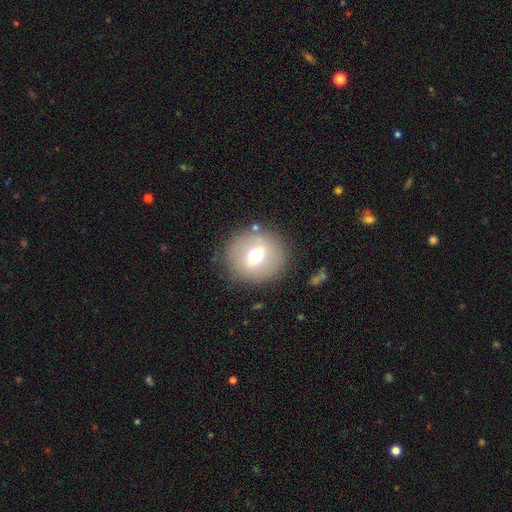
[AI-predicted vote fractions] Overall: smooth (58%; featured or disk 32%). How rounded: round (87%). Merging: none (83%).